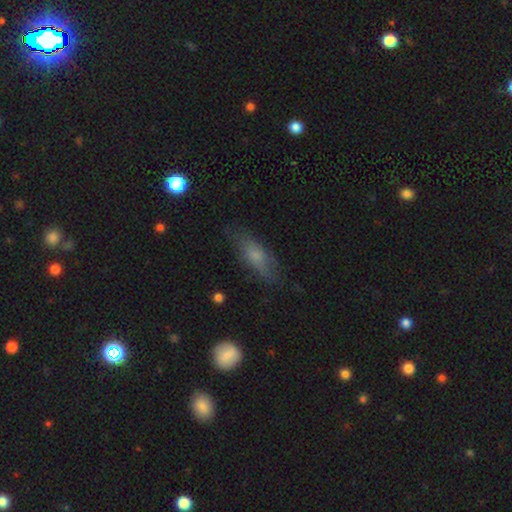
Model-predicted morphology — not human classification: smooth-or-featured: smooth: 64% | featured or disk: 28% | star or artifact: 8%
  how-rounded: in between: 63% | cigar-shaped: 33% | round: 4%
  merging: none: 69% | minor disturbance: 21% | major disturbance: 8% | merger: 2%